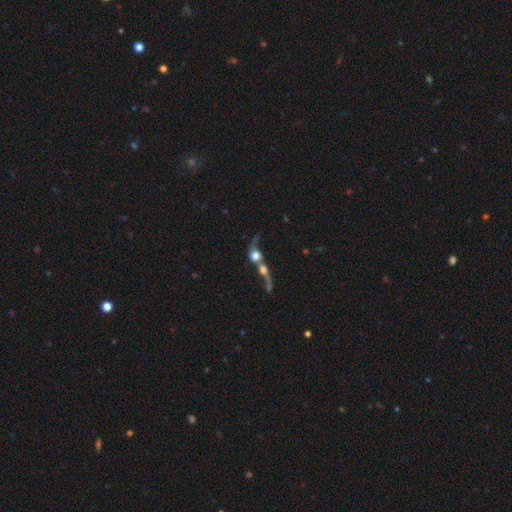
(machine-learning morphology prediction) This appears to be a smooth galaxy with no disk features (49%). Merging: merger (74%).